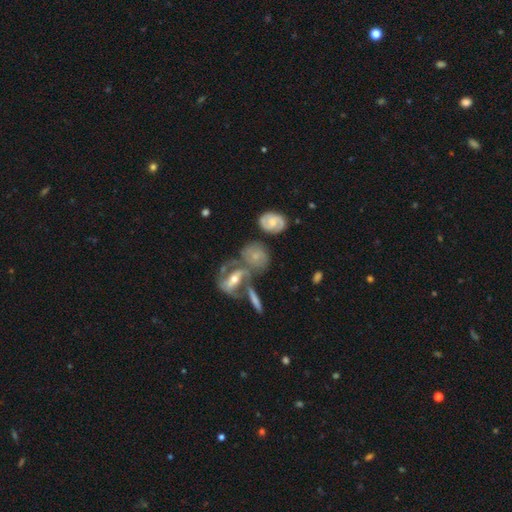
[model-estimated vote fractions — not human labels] Smooth or featured?
  - featured or disk: 53% *
  - smooth: 38%
  - star or artifact: 8%
Edge-on disk?
  - no: 90% *
  - yes: 10%
Merging?
  - none: 40% *
  - merger: 36%
  - minor disturbance: 14%
  - major disturbance: 9%